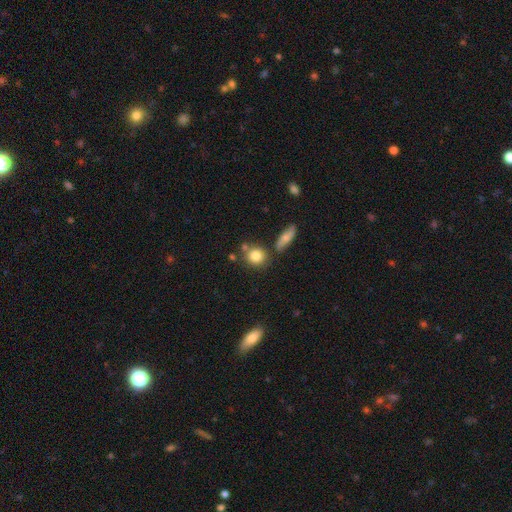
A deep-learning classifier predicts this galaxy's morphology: smooth 82%, star or artifact 9%, featured or disk 9%. Down the decision tree: how rounded — round (79%); merging — none (70%).